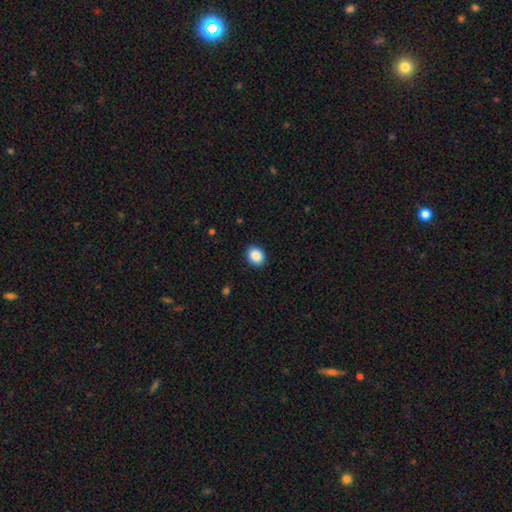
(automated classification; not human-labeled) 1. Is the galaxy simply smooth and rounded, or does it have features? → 88% smooth, 8% star or artifact, 4% featured or disk.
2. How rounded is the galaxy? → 53% round, 46% in between, 1% cigar-shaped.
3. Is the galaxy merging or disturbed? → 91% none, 6% minor disturbance, 2% major disturbance, 1% merger.